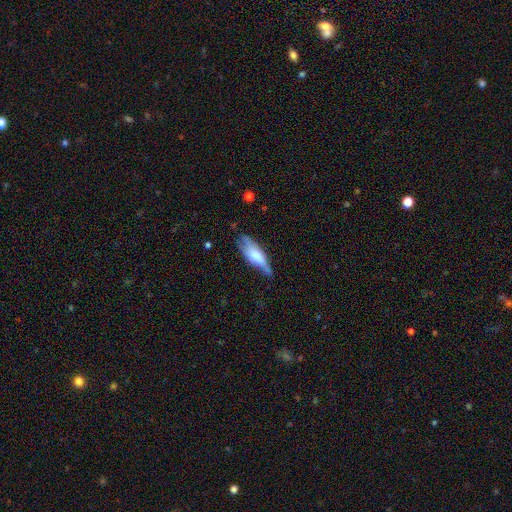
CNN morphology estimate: Overall: smooth (63%; featured or disk 31%). How rounded: in between (61%; cigar-shaped 37%). Merging: none (45%; minor disturbance 39%).